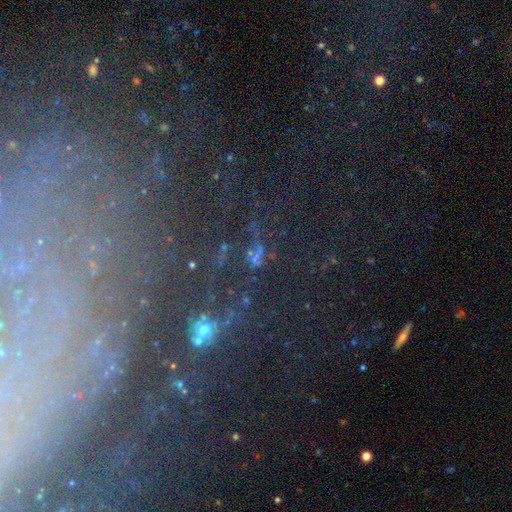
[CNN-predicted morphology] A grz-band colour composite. It shows a star or artifact, not a galaxy (63%).